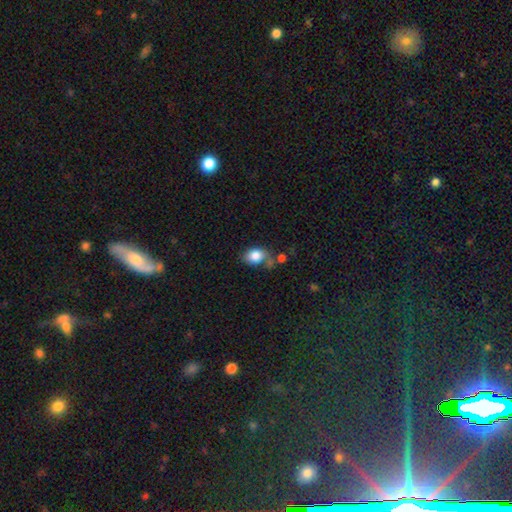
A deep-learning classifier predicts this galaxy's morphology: A smooth galaxy with no disk features (83%) that is in between round and cigar-shaped (69%). Merging: none (51%).